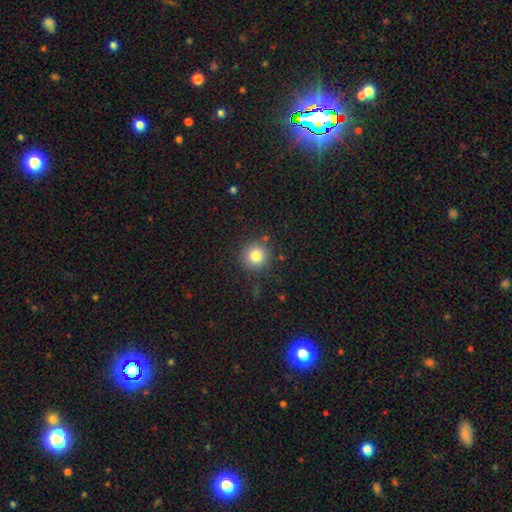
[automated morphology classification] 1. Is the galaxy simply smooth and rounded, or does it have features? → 82% smooth, 11% star or artifact, 7% featured or disk.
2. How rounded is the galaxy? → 93% round, 6% in between, 1% cigar-shaped.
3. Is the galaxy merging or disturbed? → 86% none, 8% minor disturbance, 3% major disturbance, 2% merger.